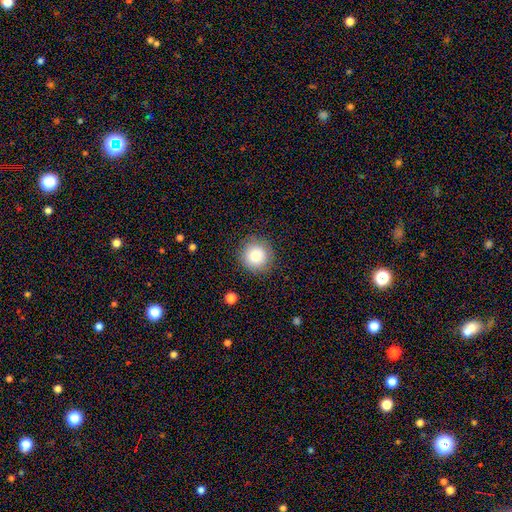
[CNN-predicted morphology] smooth-or-featured: smooth: 81% | star or artifact: 10% | featured or disk: 9%
  how-rounded: round: 94% | in between: 5% | cigar-shaped: 1%
  merging: none: 87% | minor disturbance: 9% | major disturbance: 3% | merger: 1%